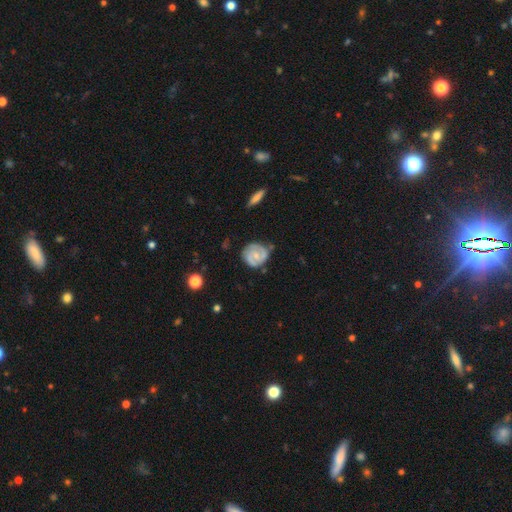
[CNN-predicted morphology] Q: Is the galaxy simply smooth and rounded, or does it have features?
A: featured or disk — 71%.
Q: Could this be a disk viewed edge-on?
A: no — 98%.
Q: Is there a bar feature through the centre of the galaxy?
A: no — 58%.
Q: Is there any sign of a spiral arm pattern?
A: yes — 91%.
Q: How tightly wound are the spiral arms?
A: tight — 58%.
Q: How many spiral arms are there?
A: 2 — 66%.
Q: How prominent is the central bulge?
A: small — 58%.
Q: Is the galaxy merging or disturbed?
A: none — 70%.